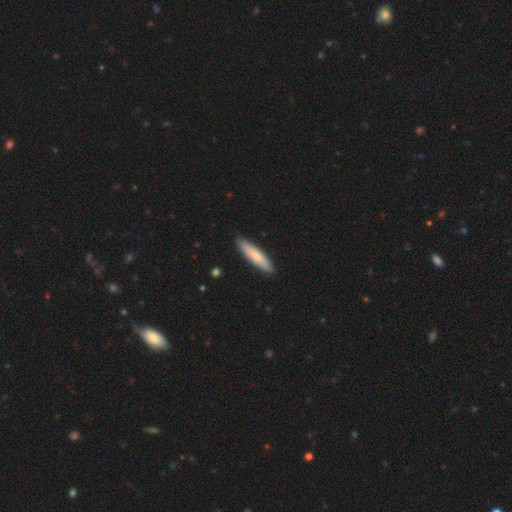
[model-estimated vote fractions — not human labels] Smooth or featured? smooth (72%)
How rounded? cigar-shaped (81%)
Merging? none (90%)